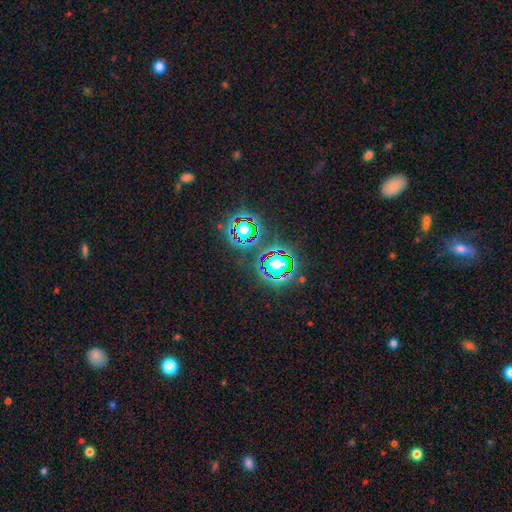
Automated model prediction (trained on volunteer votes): Overall: star or artifact (80%).